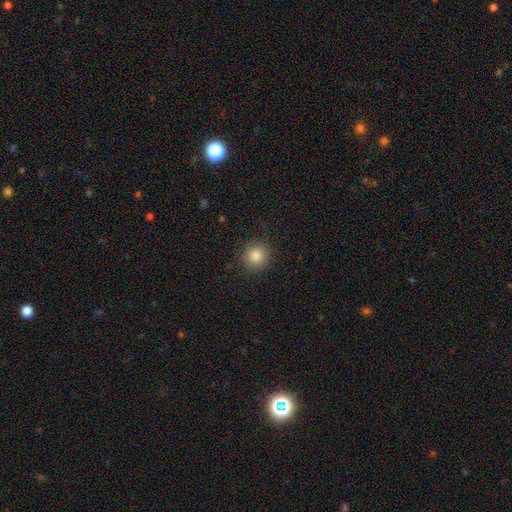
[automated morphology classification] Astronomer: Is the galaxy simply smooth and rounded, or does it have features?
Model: smooth — 84%.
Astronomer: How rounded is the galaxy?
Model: round — 89%.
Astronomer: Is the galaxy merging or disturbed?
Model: none — 88%.